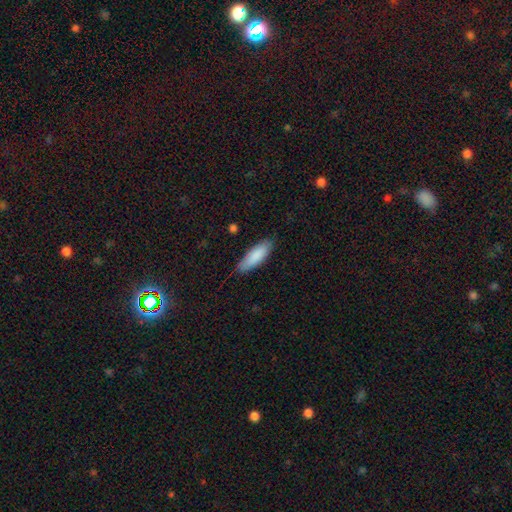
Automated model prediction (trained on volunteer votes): Smooth or featured: smooth — 87% (featured or disk — 8%)
How rounded: in between — 59% (cigar-shaped — 39%)
Merging: none — 80% (minor disturbance — 16%)